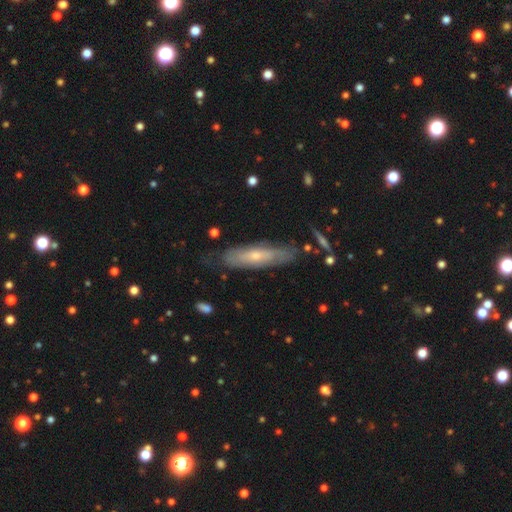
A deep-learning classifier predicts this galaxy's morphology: This is possibly a featured or disk galaxy (55%). It is possibly not viewed edge-on (57%). Merging: likely none (71%).